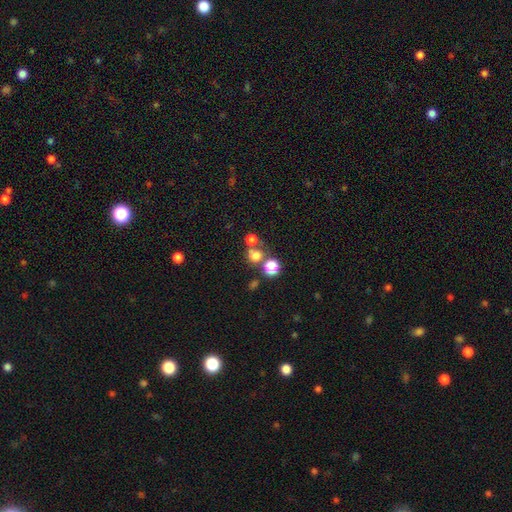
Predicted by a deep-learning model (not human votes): smooth-or-featured: smooth: 69% | star or artifact: 21% | featured or disk: 10%
  how-rounded: round: 86% | in between: 13% | cigar-shaped: 1%
  merging: none: 59% | merger: 29% | minor disturbance: 8% | major disturbance: 4%